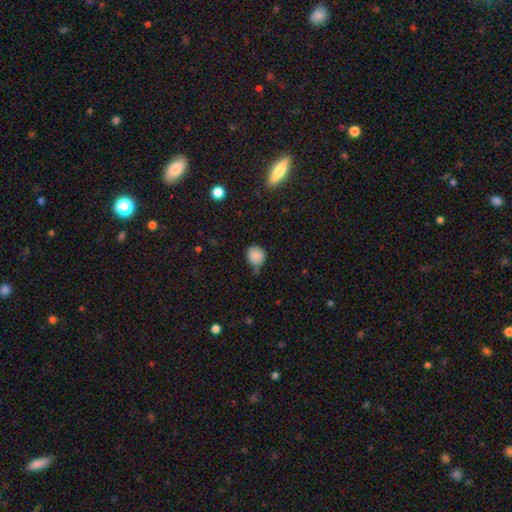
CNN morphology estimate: smooth 85%, star or artifact 10%, featured or disk 5%. Down the decision tree: how rounded — round (83%); merging — none (53%).